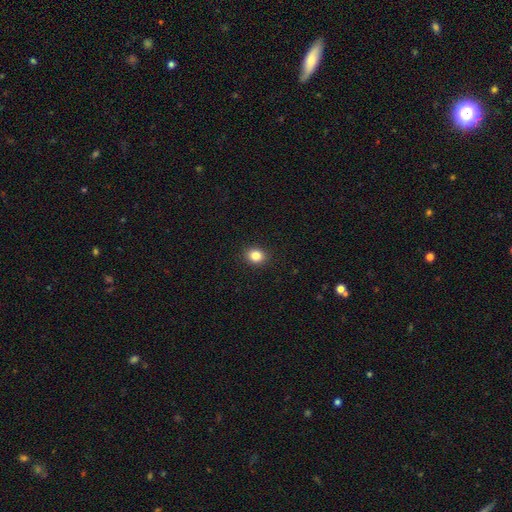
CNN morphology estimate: type=smooth (84%); roundness=round (65%); merging=none (91%).